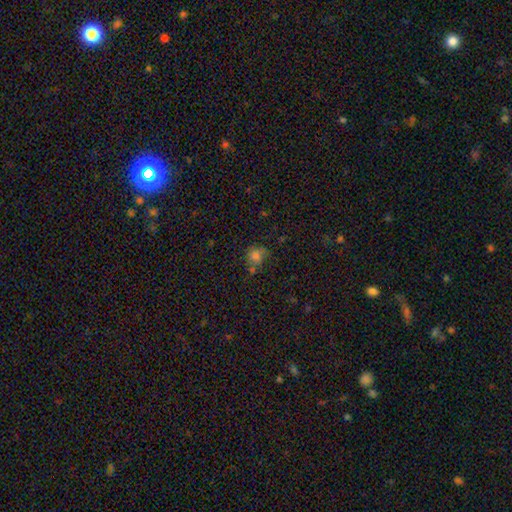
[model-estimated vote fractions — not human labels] Overall: smooth (76%). How rounded: round (70%). Merging: none (52%; minor disturbance 24%).